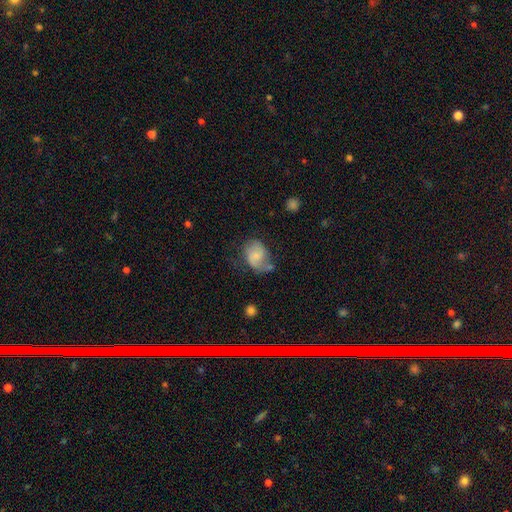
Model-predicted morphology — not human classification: A smooth galaxy with no disk features (48%). Merging: none (42%).